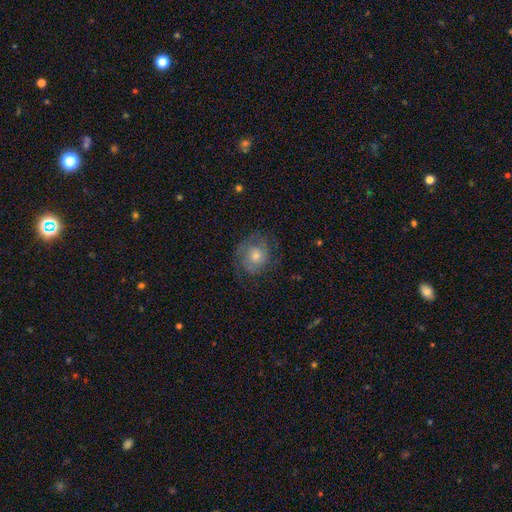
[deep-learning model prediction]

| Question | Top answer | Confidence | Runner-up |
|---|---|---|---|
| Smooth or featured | featured or disk | 53% | smooth (36%) |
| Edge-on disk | no | 97% | yes (3%) |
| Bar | no | 81% | weak (16%) |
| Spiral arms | yes | 80% | no (20%) |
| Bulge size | moderate | 56% | small (35%) |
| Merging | none | 71% | minor disturbance (18%) |